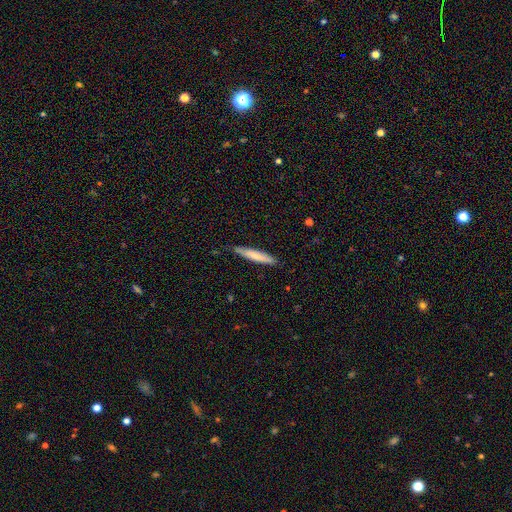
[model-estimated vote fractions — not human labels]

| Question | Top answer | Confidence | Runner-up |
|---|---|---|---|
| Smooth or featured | smooth | 72% | featured or disk (23%) |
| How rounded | cigar-shaped | 93% | in between (6%) |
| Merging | none | 82% | minor disturbance (15%) |